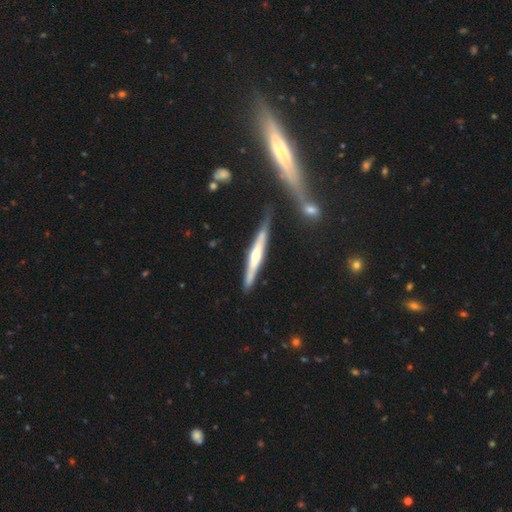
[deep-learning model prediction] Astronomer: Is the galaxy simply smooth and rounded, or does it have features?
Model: featured or disk — 66%.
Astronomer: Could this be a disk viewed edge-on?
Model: yes — 95%.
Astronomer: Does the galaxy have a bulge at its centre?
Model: rounded — 71%.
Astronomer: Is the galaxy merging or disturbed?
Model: none — 76%.